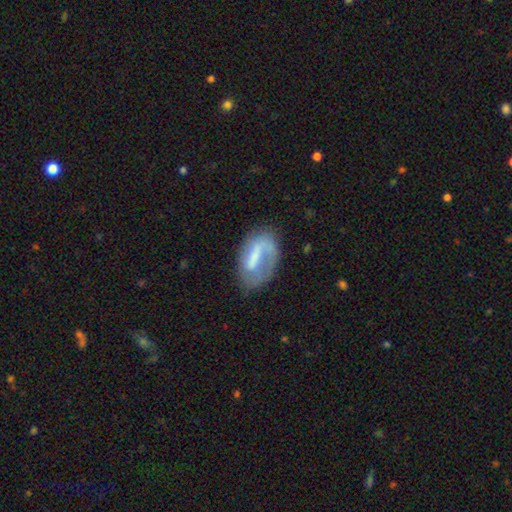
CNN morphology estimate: smooth-or-featured: featured or disk: 51% | smooth: 42% | star or artifact: 7%
  disk-edge-on: no: 94% | yes: 6%
  merging: none: 52% | minor disturbance: 25% | major disturbance: 21% | merger: 3%